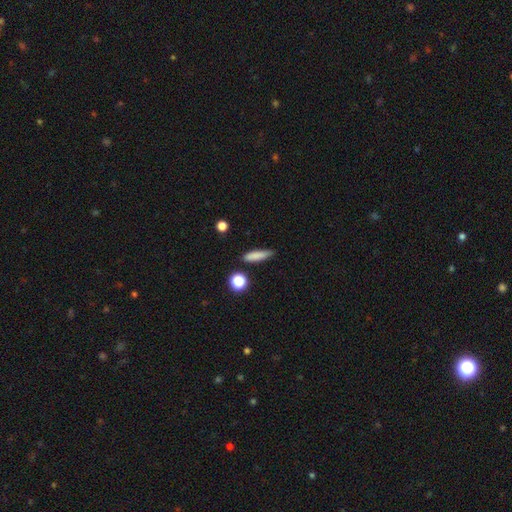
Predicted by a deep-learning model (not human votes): Overall: smooth (81%). How rounded: cigar-shaped (74%). Merging: none (81%).